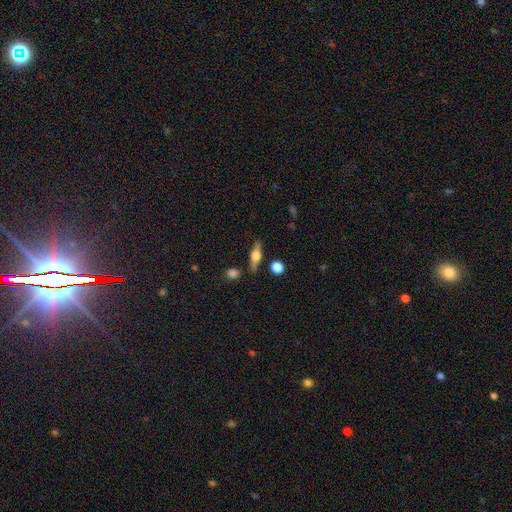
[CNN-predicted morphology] type=featured or disk (58%); edge-on=yes (93%); edge-on bulge=rounded (92%); merging=none (81%).